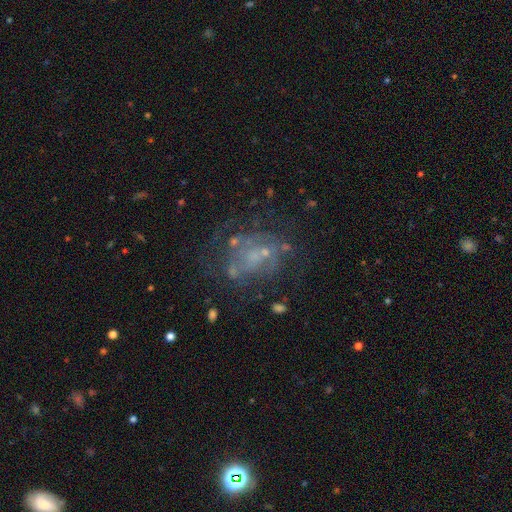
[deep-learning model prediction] This appears to be a featured or disk galaxy (59%) with no bar (82%), no spiral arms (69%) and no central bulge (52%). Merging: none (53%).